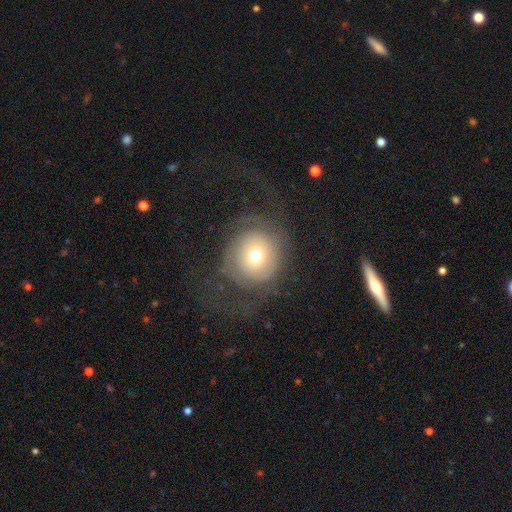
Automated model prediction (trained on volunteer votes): This is possibly a smooth galaxy (49%). Merging: possibly none (53%).